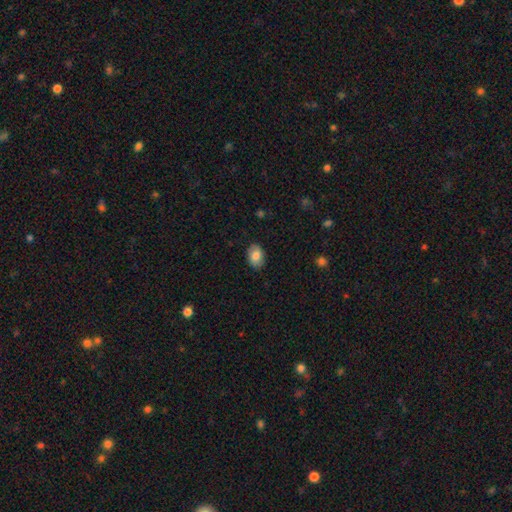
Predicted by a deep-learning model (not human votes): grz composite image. It shows a smooth galaxy with no disk features (82%) that is in between round and cigar-shaped (82%). Merging: none (85%).